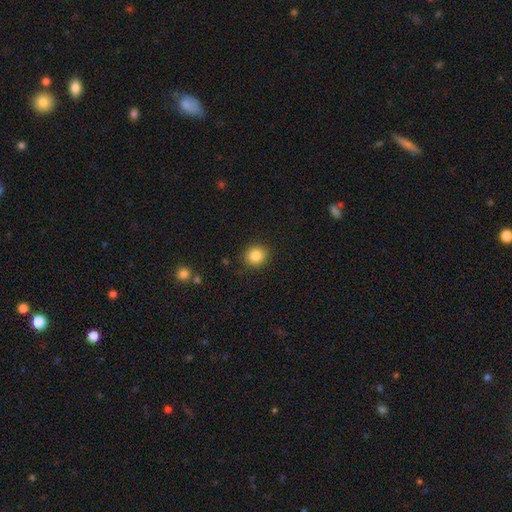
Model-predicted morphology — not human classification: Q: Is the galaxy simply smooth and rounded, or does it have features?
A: smooth — 85%.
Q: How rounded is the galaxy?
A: round — 88%.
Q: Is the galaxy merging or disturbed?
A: none — 90%.